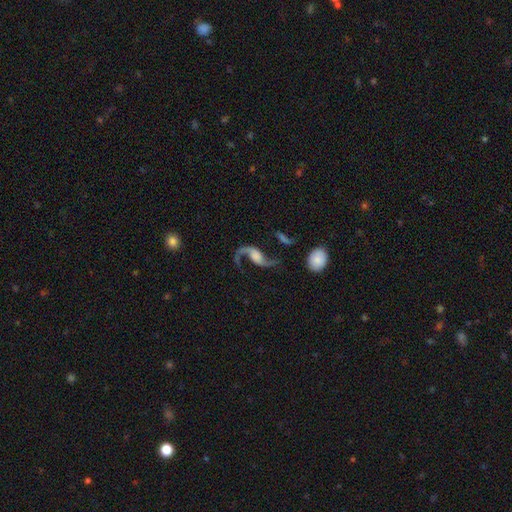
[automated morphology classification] This appears to be a featured or disk galaxy (90%) with no bar (52%), 2 (92%) loose (87%) spiral arms (97%) and no central bulge (32%). Merging: none (66%).